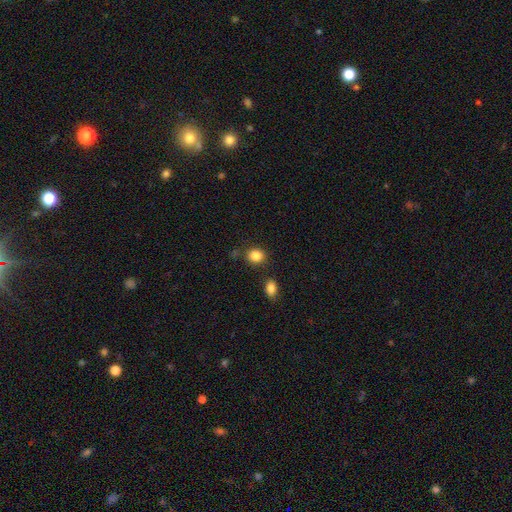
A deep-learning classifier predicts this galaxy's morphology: smooth 86%, star or artifact 10%, featured or disk 5%. Down the decision tree: how rounded — round (70%); merging — none (80%).